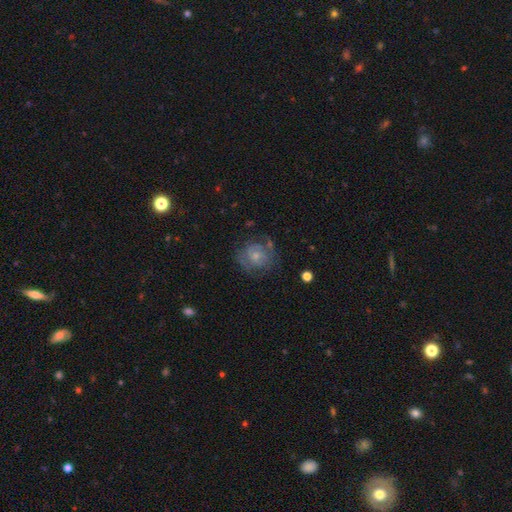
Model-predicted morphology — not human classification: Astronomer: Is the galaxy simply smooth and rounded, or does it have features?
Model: featured or disk — 56% (runner-up: smooth, 35%).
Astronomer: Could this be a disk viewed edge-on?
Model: no — 98%.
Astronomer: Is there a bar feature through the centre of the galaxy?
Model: no — 77%.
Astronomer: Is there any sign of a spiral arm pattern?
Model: yes — 65%.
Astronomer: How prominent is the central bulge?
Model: small — 53% (runner-up: moderate, 36%).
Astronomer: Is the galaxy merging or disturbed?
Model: none — 59%.